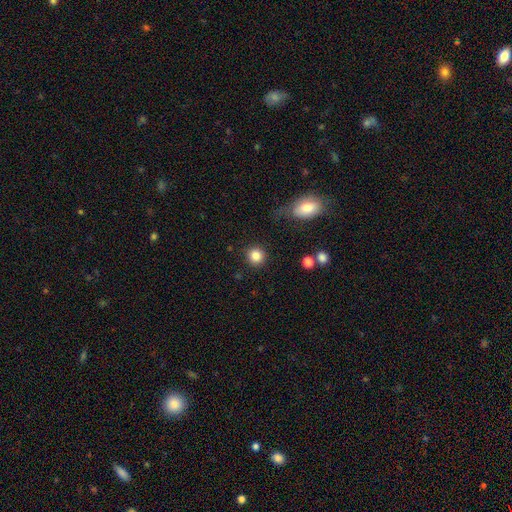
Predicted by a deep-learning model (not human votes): Smooth or featured: smooth — 86% (star or artifact — 10%)
How rounded: round — 93% (in between — 6%)
Merging: none — 89% (minor disturbance — 6%)